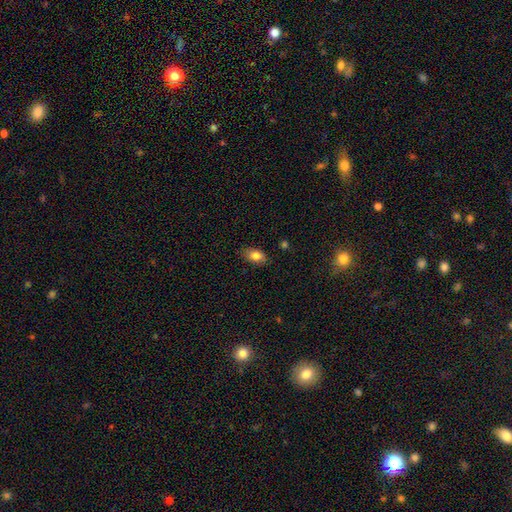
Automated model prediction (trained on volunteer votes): Smooth or featured?
  - smooth: 82% *
  - featured or disk: 10%
  - star or artifact: 8%
How rounded?
  - in between: 89% *
  - round: 9%
  - cigar-shaped: 2%
Merging?
  - none: 85% *
  - minor disturbance: 11%
  - major disturbance: 2%
  - merger: 1%